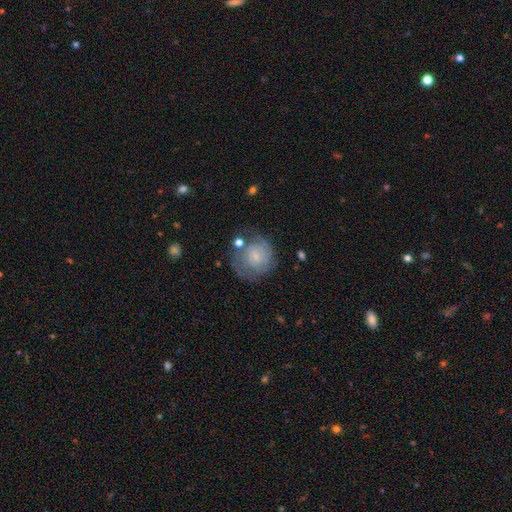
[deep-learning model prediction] Smooth or featured?
  - featured or disk: 55% *
  - smooth: 37%
  - star or artifact: 8%
Edge-on disk?
  - no: 98% *
  - yes: 2%
Bar?
  - no: 71% *
  - weak: 26%
  - strong: 4%
Spiral arms?
  - yes: 80% *
  - no: 20%
Bulge size?
  - small: 68% *
  - moderate: 17%
  - none: 12%
  - large: 2%
  - dominant: 1%
Merging?
  - none: 53% *
  - minor disturbance: 22%
  - major disturbance: 18%
  - merger: 6%